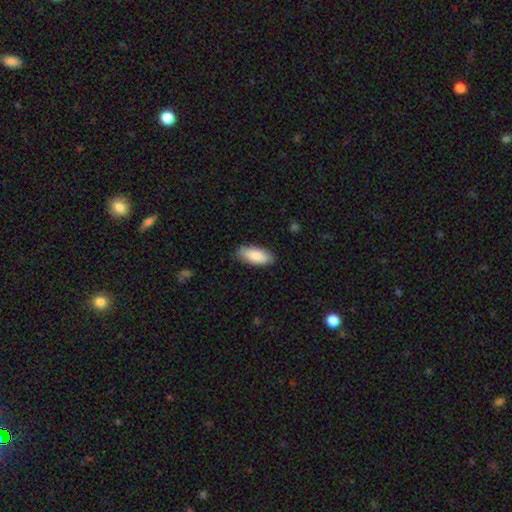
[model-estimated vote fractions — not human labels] Smooth or featured?
  - smooth: 87% *
  - featured or disk: 8%
  - star or artifact: 6%
How rounded?
  - in between: 85% *
  - cigar-shaped: 13%
  - round: 2%
Merging?
  - none: 86% *
  - minor disturbance: 11%
  - major disturbance: 2%
  - merger: 1%